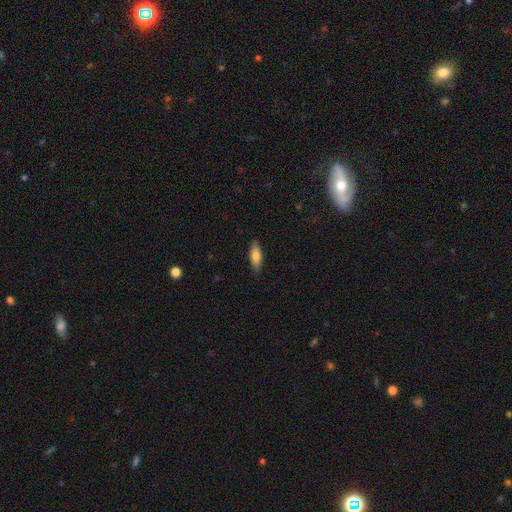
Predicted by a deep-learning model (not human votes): Q: Smooth or featured?
A: smooth (79%); runner-up: featured or disk (14%)
Q: How rounded?
A: in between (59%); runner-up: cigar-shaped (39%)
Q: Merging?
A: none (87%); runner-up: minor disturbance (10%)